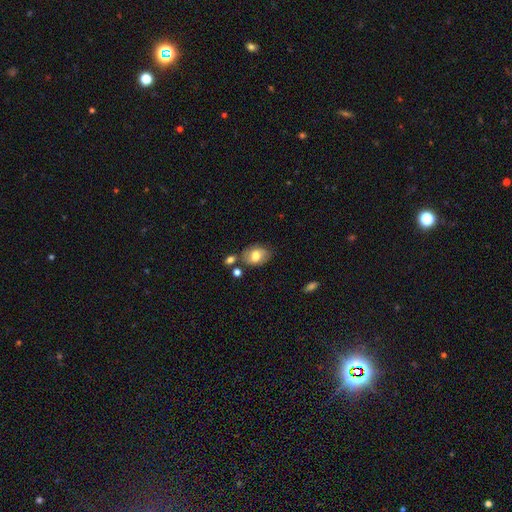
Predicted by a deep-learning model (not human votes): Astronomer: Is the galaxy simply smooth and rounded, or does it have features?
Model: smooth — 68%.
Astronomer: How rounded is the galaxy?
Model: in between — 74%.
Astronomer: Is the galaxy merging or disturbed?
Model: none — 67%.